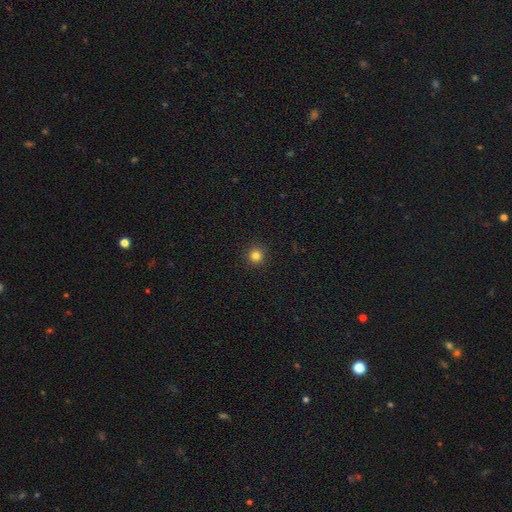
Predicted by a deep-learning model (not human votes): This is clearly a smooth galaxy (82%). How rounded: clearly round (95%). Merging: clearly none (93%).